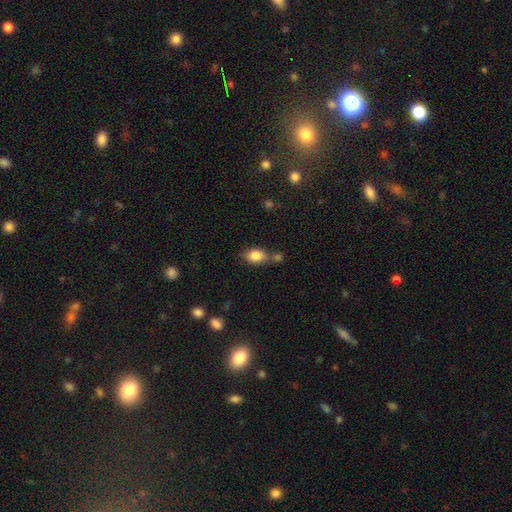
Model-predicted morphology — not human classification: Smooth or featured? Predicted: smooth (p=0.84). How rounded? Predicted: in between (p=0.73). Merging? Predicted: none (p=0.52).